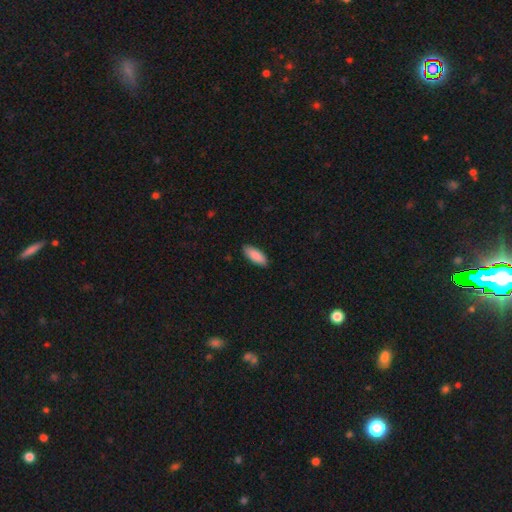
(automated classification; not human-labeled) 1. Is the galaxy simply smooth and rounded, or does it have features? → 90% smooth, 5% star or artifact, 5% featured or disk.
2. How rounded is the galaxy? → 74% in between, 24% cigar-shaped, 2% round.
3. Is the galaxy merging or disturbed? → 87% none, 10% minor disturbance, 2% major disturbance, 1% merger.